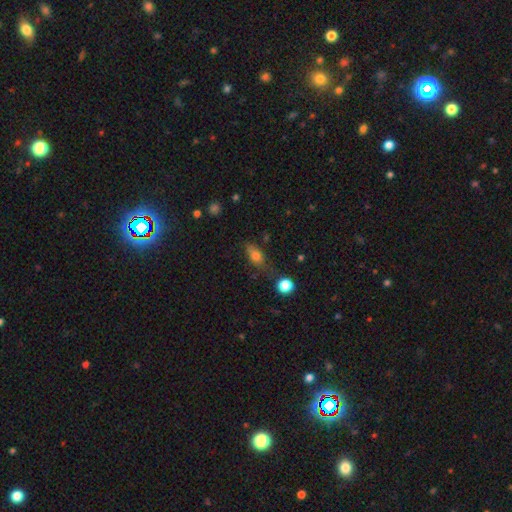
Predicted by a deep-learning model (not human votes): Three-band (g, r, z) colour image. It shows a smooth galaxy with no disk features (72%) that is in between round and cigar-shaped (74%). Merging: none (57%).